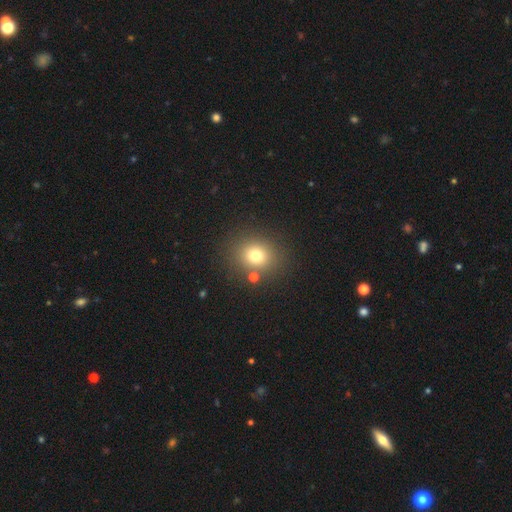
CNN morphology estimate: smooth_or_featured: smooth (p=0.74) [alt: star or artifact p=0.16]
how_rounded: round (p=0.74) [alt: in between p=0.26]
merging: none (p=0.81) [alt: minor disturbance p=0.08]